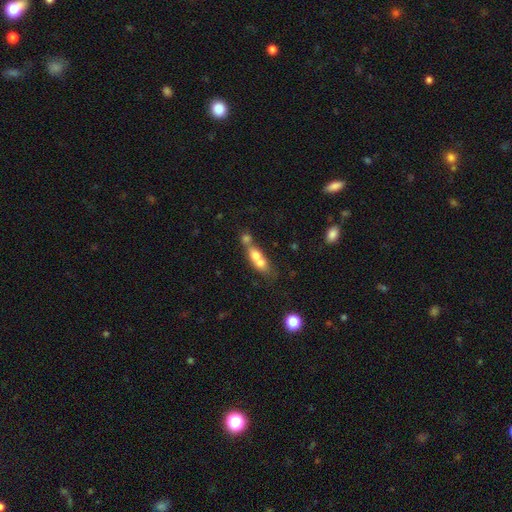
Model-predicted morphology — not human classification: smooth_or_featured: smooth (p=0.60) [alt: featured or disk p=0.29]
how_rounded: in between (p=0.48) [alt: round p=0.31]
merging: merger (p=0.65) [alt: none p=0.23]